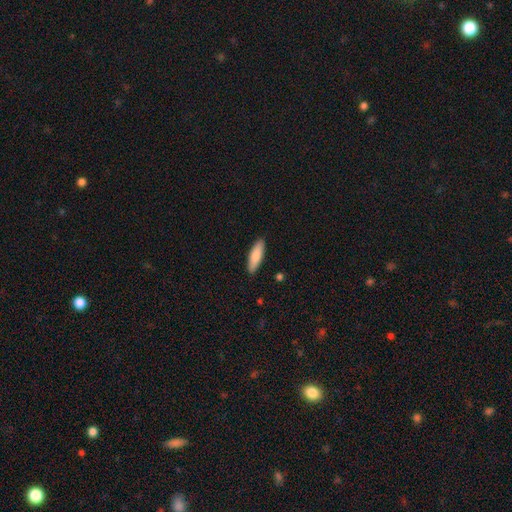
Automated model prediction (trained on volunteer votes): A smooth galaxy with no disk features (83%) that is cigar-shaped (51%).

Vote fractions:
- Smooth or featured? smooth: 83% / featured or disk: 12% / star or artifact: 5%
- How rounded? cigar-shaped: 51% / in between: 47% / round: 2%
- Merging? none: 90% / minor disturbance: 8% / major disturbance: 2% / merger: 1%